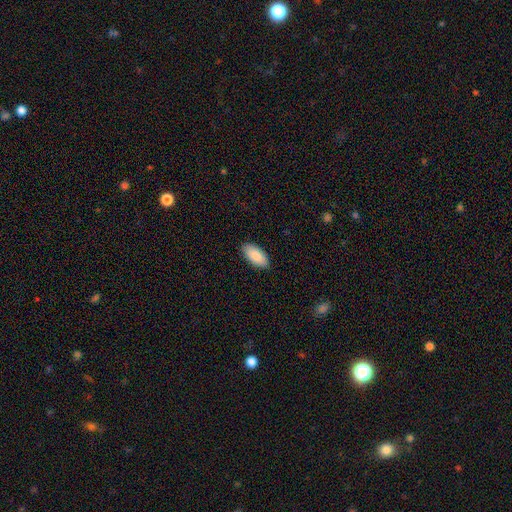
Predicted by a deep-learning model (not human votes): smooth 89%, star or artifact 6%, featured or disk 6%. Down the decision tree: how rounded — in between (93%); merging — none (90%).